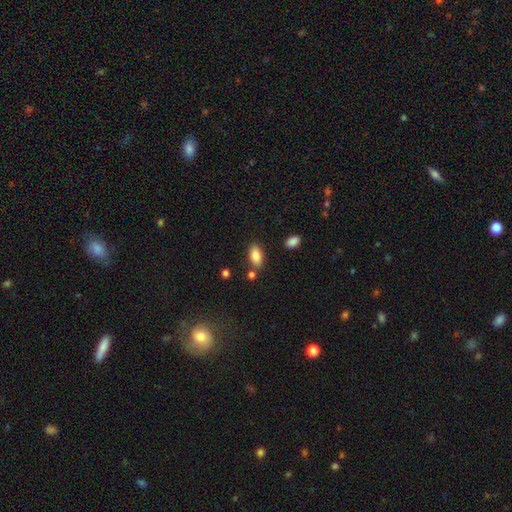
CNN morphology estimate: Smooth or featured? Predicted: smooth (p=0.86). How rounded? Predicted: in between (p=0.91). Merging? Predicted: none (p=0.78).